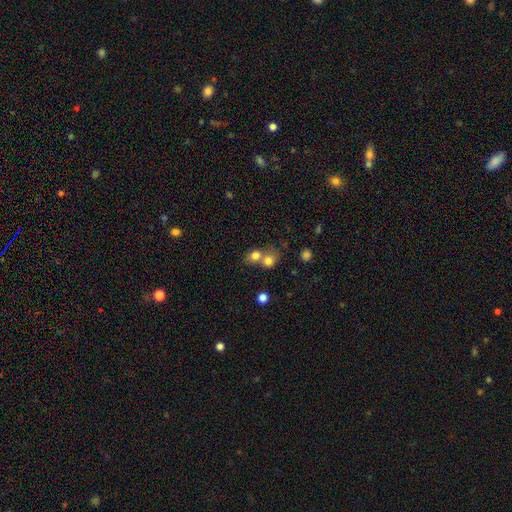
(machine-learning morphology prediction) Overall: smooth (77%). How rounded: round (63%; in between 35%). Merging: merger (60%; none 30%).